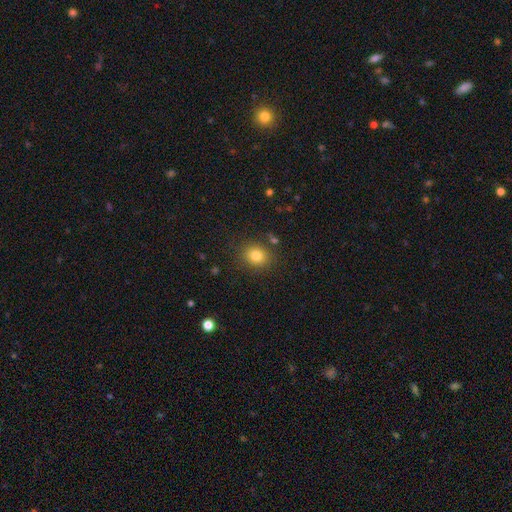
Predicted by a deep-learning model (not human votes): Smooth or featured: smooth — 81% (star or artifact — 12%)
How rounded: round — 70% (in between — 29%)
Merging: none — 85% (minor disturbance — 9%)